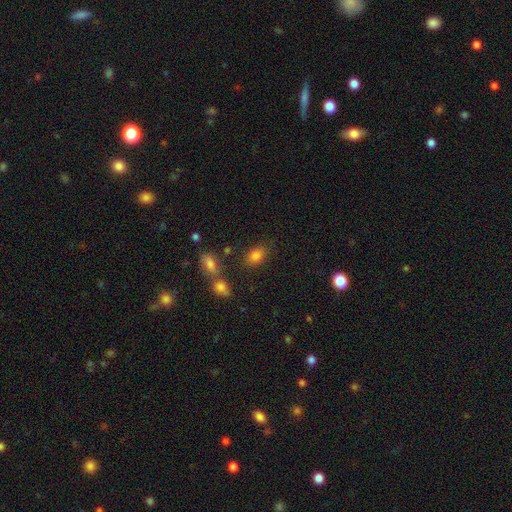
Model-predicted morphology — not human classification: Smooth or featured? Predicted: smooth (p=0.82). How rounded? Predicted: in between (p=0.78). Merging? Predicted: none (p=0.72).